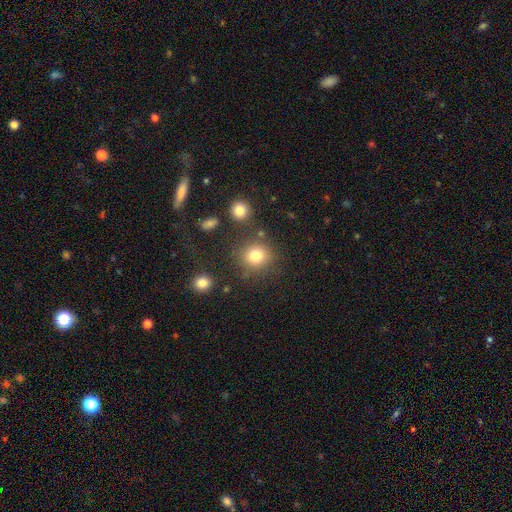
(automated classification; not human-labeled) Smooth or featured: smooth — 79% (star or artifact — 14%)
How rounded: round — 87% (in between — 12%)
Merging: none — 79% (minor disturbance — 10%)